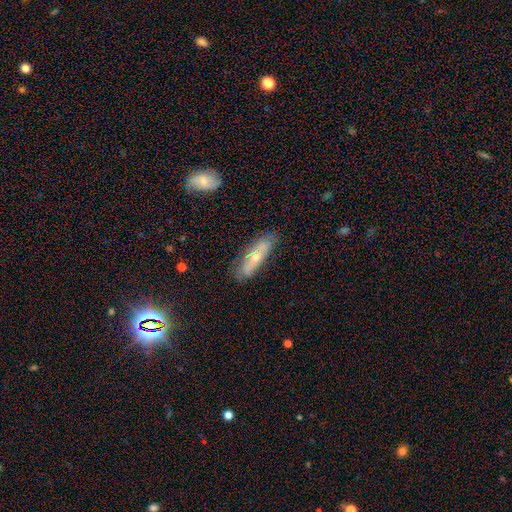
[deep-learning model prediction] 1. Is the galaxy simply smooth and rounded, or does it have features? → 47% smooth, 46% featured or disk, 7% star or artifact.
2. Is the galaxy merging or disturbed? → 70% none, 21% minor disturbance, 5% major disturbance, 4% merger.